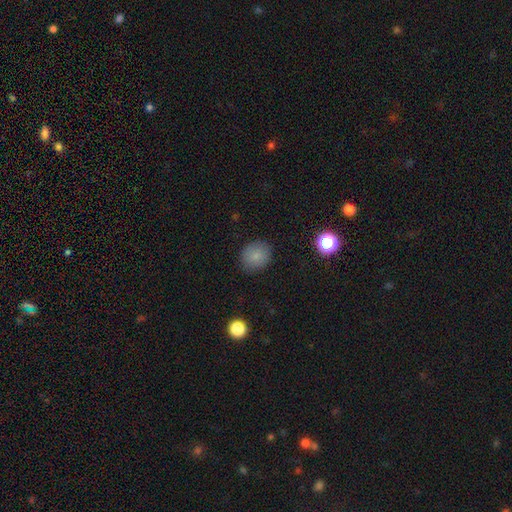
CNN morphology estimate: The model was most divided on "how rounded": round: 77%, in between: 22%, cigar-shaped: 1%. More confident: merging — none (86%); smooth or featured — smooth (82%).